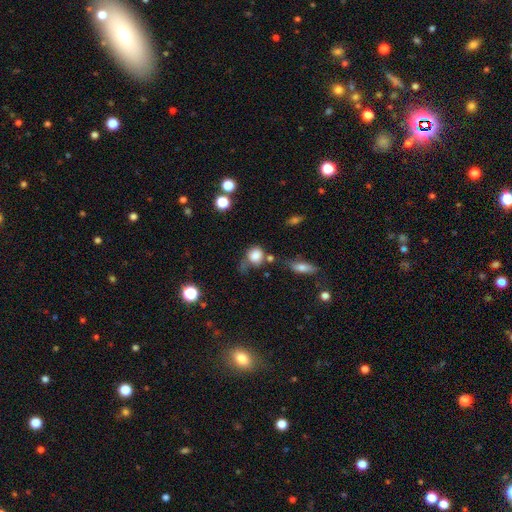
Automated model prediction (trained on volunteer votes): smooth_or_featured: smooth (p=0.82) [alt: star or artifact p=0.09]
how_rounded: round (p=0.70) [alt: in between p=0.28]
merging: none (p=0.38) [alt: minor disturbance p=0.28]